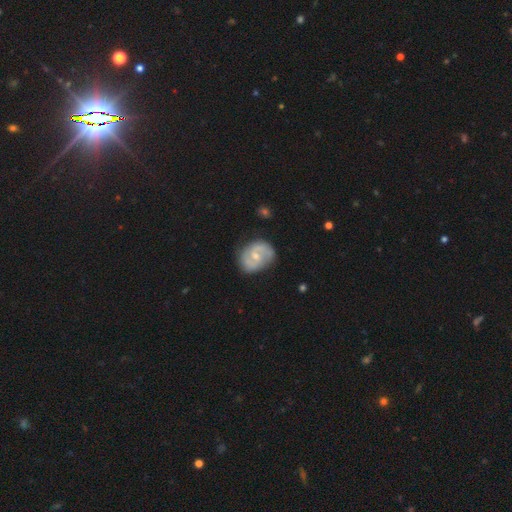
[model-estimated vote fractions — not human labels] Overall: featured or disk (74%). Edge-on disk: no (98%). Bar: weak (48%; no 42%). Spiral arms: yes (89%). Spiral arm count: 2 (84%). Spiral winding: medium (49%; tight 28%). Bulge size: small (52%; moderate 43%). Merging: none (74%).